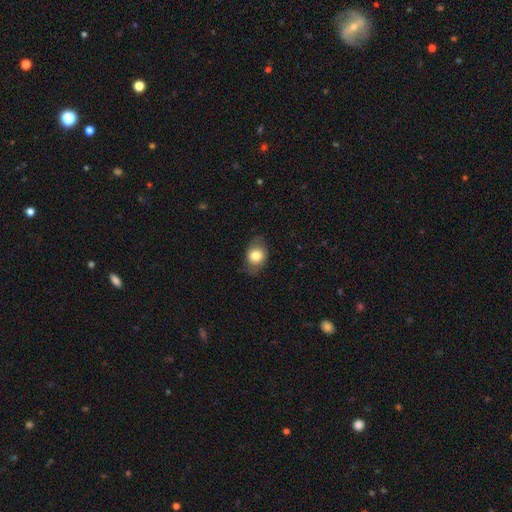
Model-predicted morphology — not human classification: smooth 76%, featured or disk 16%, star or artifact 8%. Down the decision tree: how rounded — in between (59%); merging — none (76%).